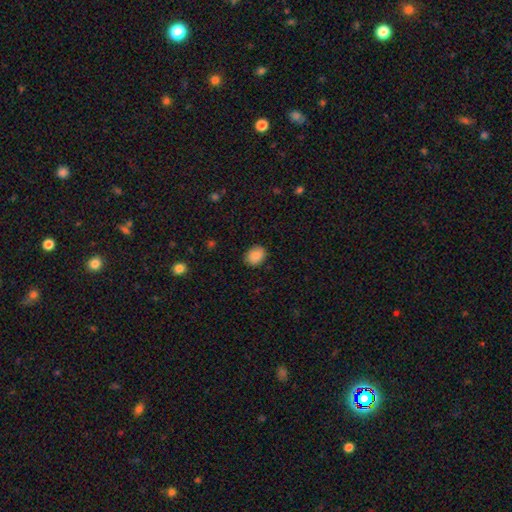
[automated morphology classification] smooth_or_featured: smooth (p=0.88) [alt: star or artifact p=0.08]
how_rounded: in between (p=0.57) [alt: round p=0.42]
merging: none (p=0.87) [alt: minor disturbance p=0.10]